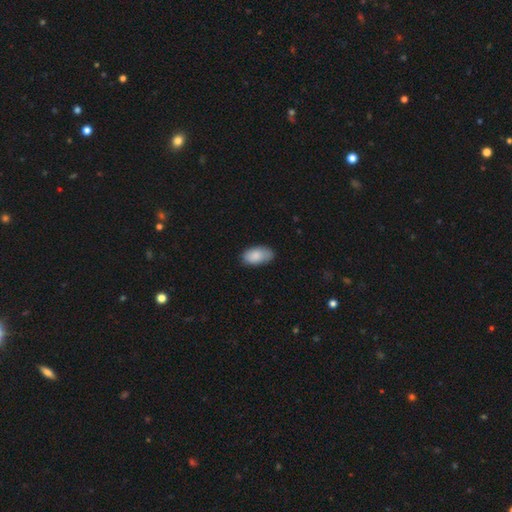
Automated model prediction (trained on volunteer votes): Smooth or featured? smooth (86%)
How rounded? in between (94%)
Merging? none (76%)